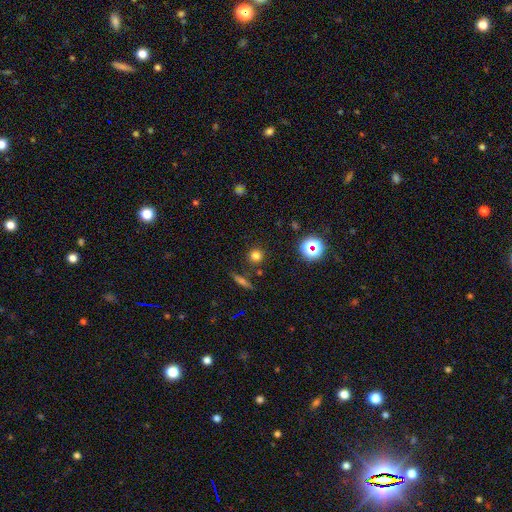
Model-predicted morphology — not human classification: smooth-or-featured: smooth: 74% | star or artifact: 19% | featured or disk: 7%
  how-rounded: round: 92% | in between: 6% | cigar-shaped: 2%
  merging: none: 87% | minor disturbance: 7% | merger: 4% | major disturbance: 2%